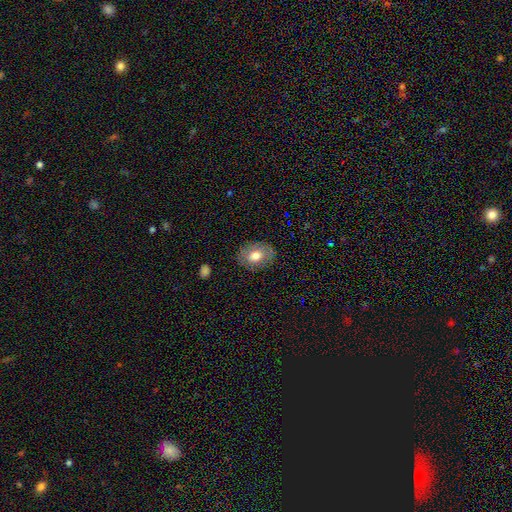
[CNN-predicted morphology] The model was most divided on "how rounded": in between: 69%, round: 30%, cigar-shaped: 1%. More confident: merging — none (83%); smooth or featured — smooth (67%).